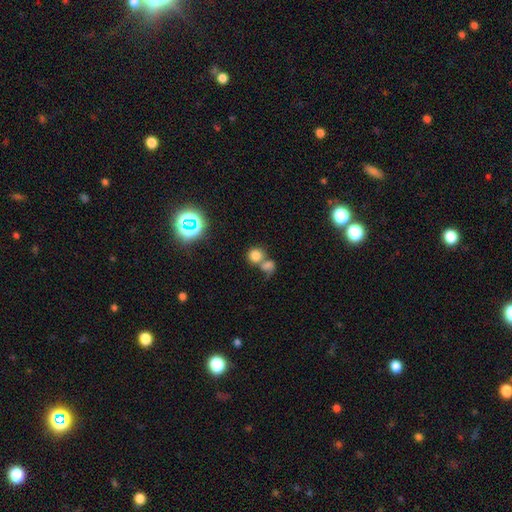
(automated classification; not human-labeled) Morphology: type=smooth (75%); roundness=round (80%); merging=merger (55%).